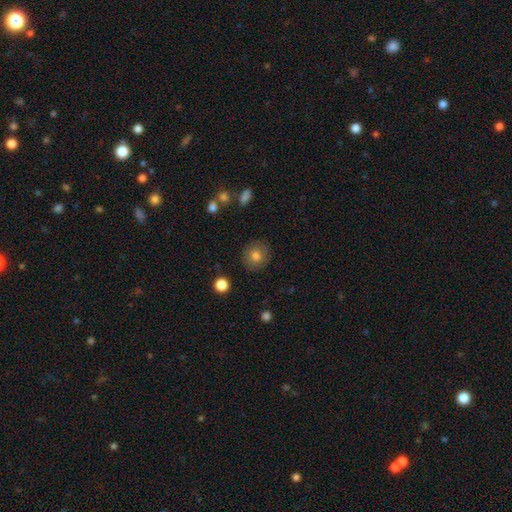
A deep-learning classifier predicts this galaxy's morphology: This is likely a smooth galaxy (79%). How rounded: clearly round (89%). Merging: clearly none (87%).